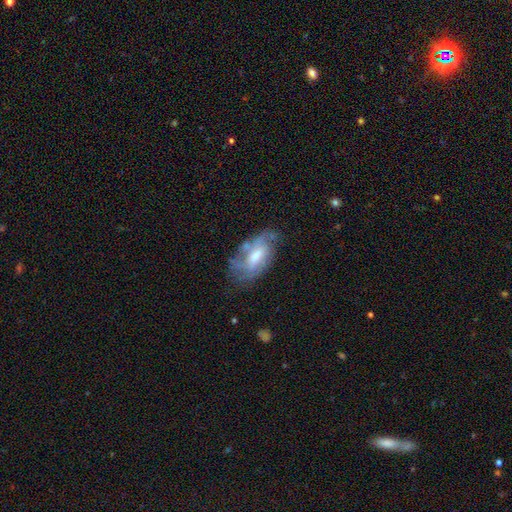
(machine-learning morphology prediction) type=featured or disk (65%); edge-on=no (92%); bar=weak (49%); spiral arms=yes (74%); bulge=moderate (57%); merging=none (55%).